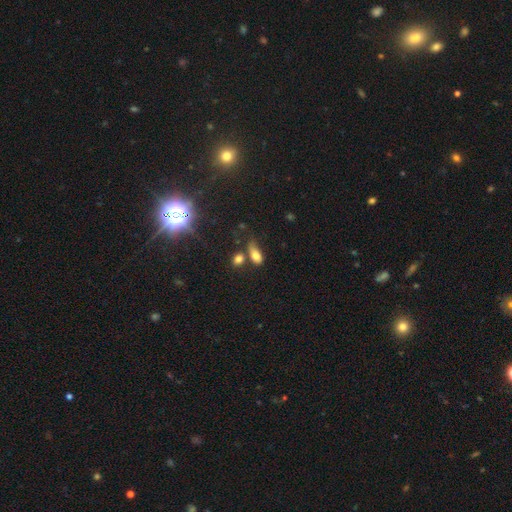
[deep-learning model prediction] Q: Smooth or featured?
A: smooth (75%); runner-up: star or artifact (13%)
Q: How rounded?
A: in between (83%); runner-up: cigar-shaped (9%)
Q: Merging?
A: none (37%); runner-up: minor disturbance (25%)